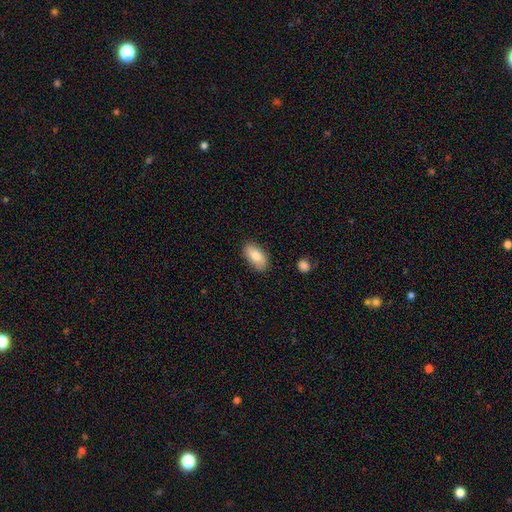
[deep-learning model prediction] A smooth galaxy with no disk features (80%) that is in between round and cigar-shaped (93%).

Vote fractions:
- Smooth or featured? smooth: 80% / featured or disk: 13% / star or artifact: 7%
- How rounded? in between: 93% / round: 3% / cigar-shaped: 3%
- Merging? none: 83% / minor disturbance: 13% / major disturbance: 3% / merger: 2%